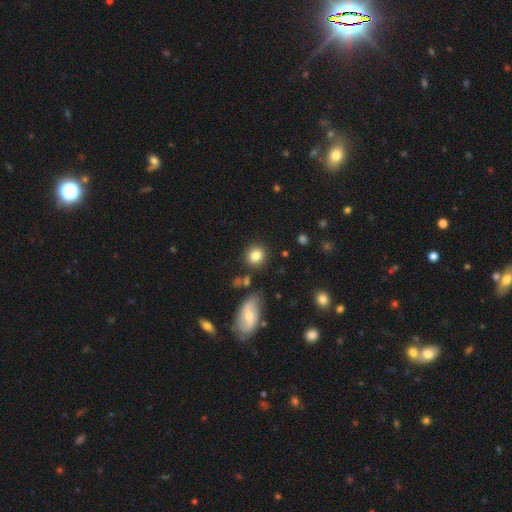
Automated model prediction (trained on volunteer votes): Smooth or featured? Predicted: smooth (p=0.83). How rounded? Predicted: round (p=0.83). Merging? Predicted: none (p=0.83).